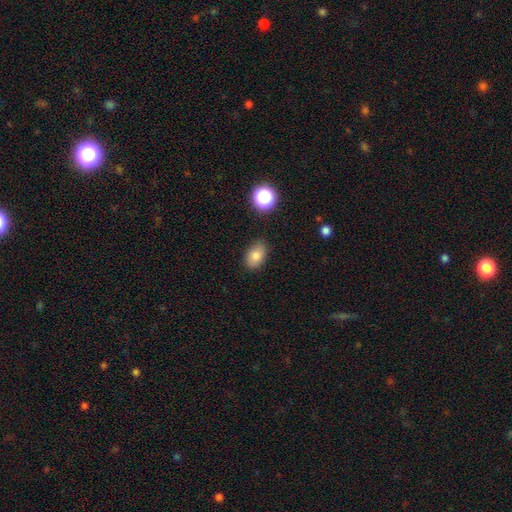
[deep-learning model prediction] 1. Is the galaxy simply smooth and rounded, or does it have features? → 80% smooth, 11% star or artifact, 9% featured or disk.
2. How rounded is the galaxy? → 84% in between, 14% round, 1% cigar-shaped.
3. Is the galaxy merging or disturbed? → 82% none, 13% minor disturbance, 3% major disturbance, 2% merger.